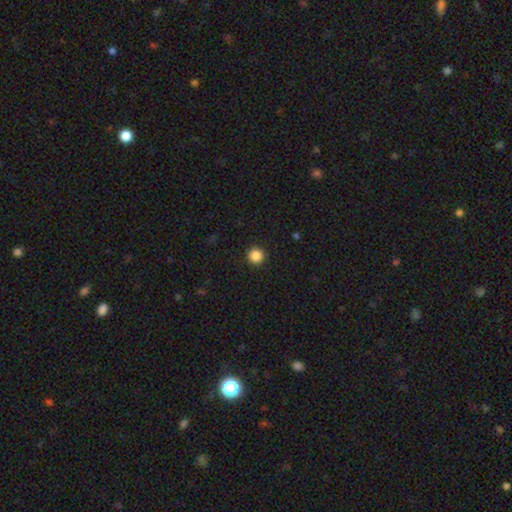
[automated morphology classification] This is clearly a smooth galaxy (87%). How rounded: clearly round (96%). Merging: clearly none (93%).